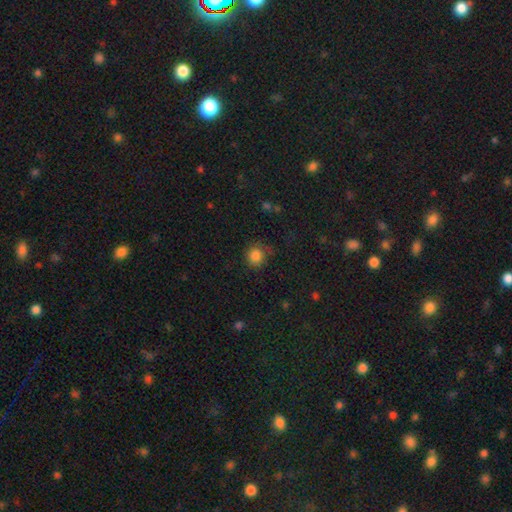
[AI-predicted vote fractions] Smooth or featured: smooth — 84% (star or artifact — 11%)
How rounded: round — 87% (in between — 12%)
Merging: none — 73% (minor disturbance — 18%)